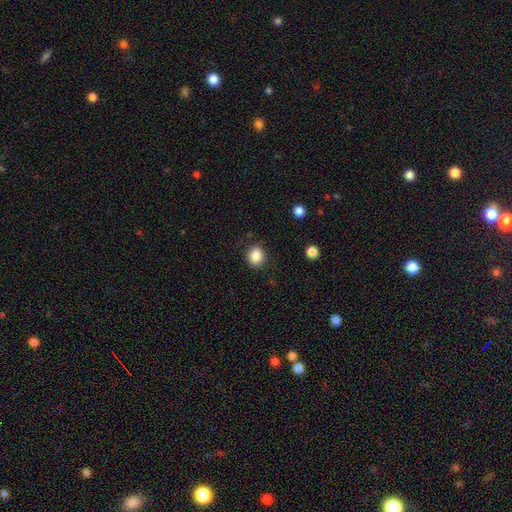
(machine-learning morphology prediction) Overall: smooth (85%). How rounded: round (79%). Merging: none (88%).